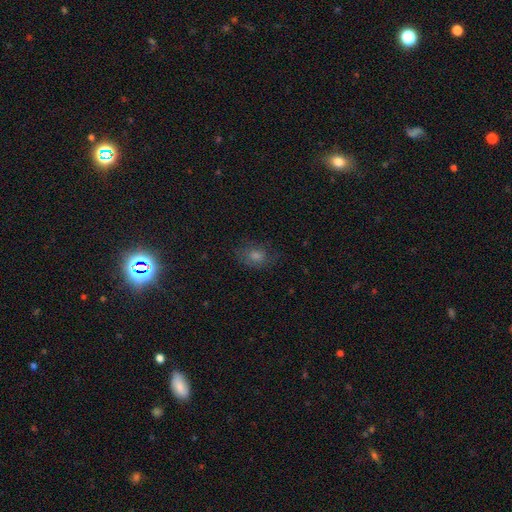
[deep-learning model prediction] This is possibly a smooth galaxy (47%). Merging: likely none (75%).